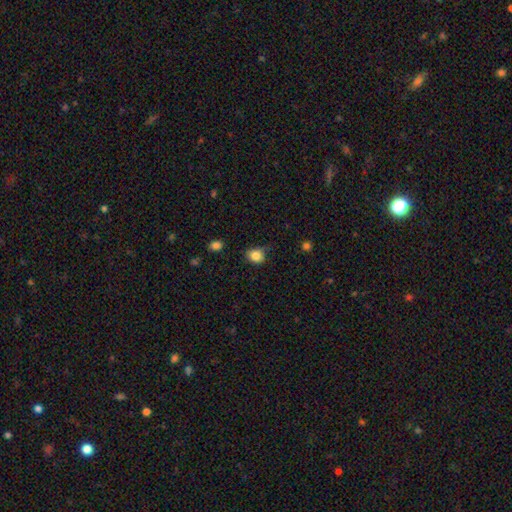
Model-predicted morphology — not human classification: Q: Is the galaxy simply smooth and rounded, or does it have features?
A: smooth — 84%.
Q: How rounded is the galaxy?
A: round — 66%.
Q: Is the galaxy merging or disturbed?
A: none — 64%.